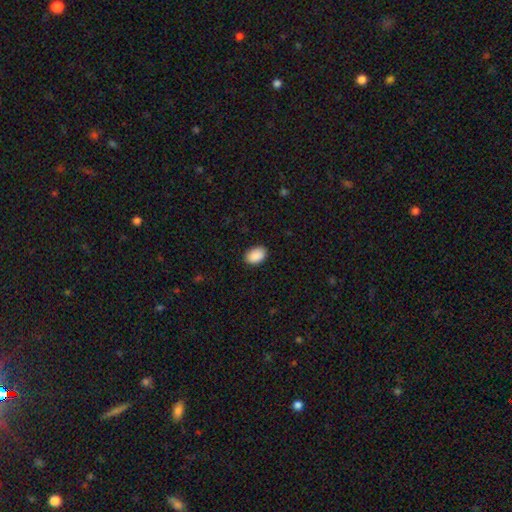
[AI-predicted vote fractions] This appears to be a smooth galaxy with no disk features (90%) that is in between round and cigar-shaped (86%). Merging: none (88%).